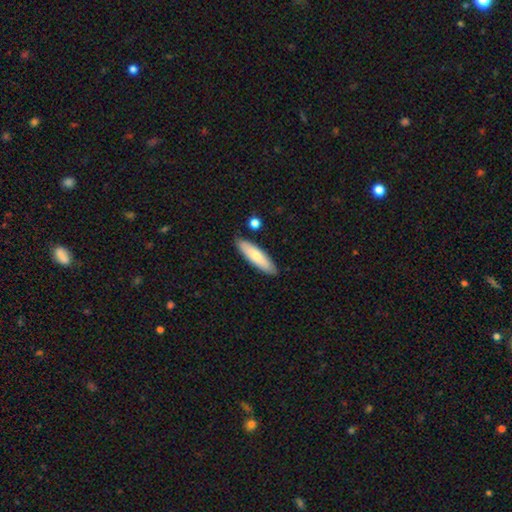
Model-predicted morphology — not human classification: A smooth galaxy with no disk features (77%) that is cigar-shaped (64%). Merging: none (86%).